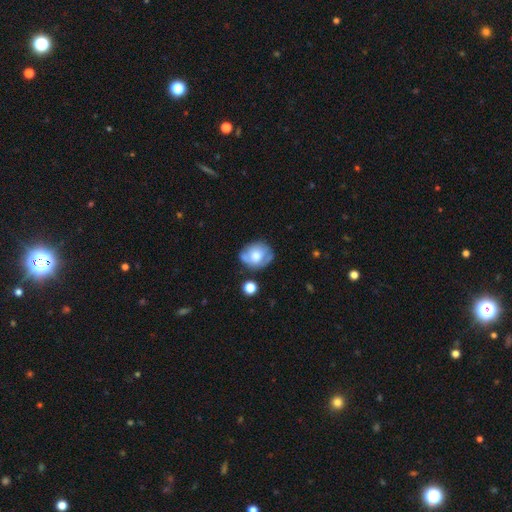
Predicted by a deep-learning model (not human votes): smooth-or-featured: smooth: 53% | featured or disk: 39% | star or artifact: 8%
  how-rounded: round: 57% | in between: 42% | cigar-shaped: 1%
  merging: none: 57% | minor disturbance: 27% | major disturbance: 9% | merger: 6%